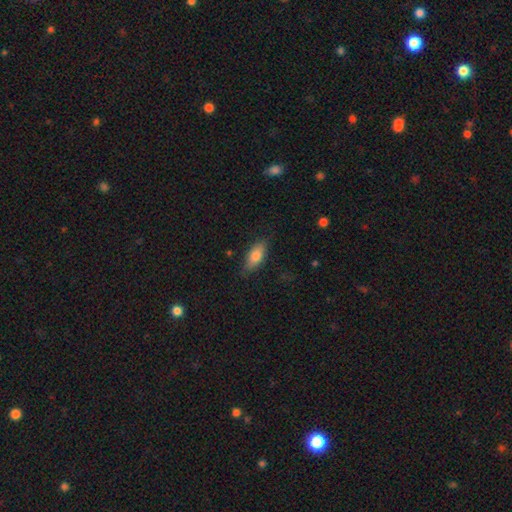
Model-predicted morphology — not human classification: Smooth or featured?
  - smooth: 76% *
  - featured or disk: 17%
  - star or artifact: 7%
How rounded?
  - in between: 81% *
  - cigar-shaped: 16%
  - round: 3%
Merging?
  - none: 80% *
  - minor disturbance: 15%
  - major disturbance: 3%
  - merger: 1%